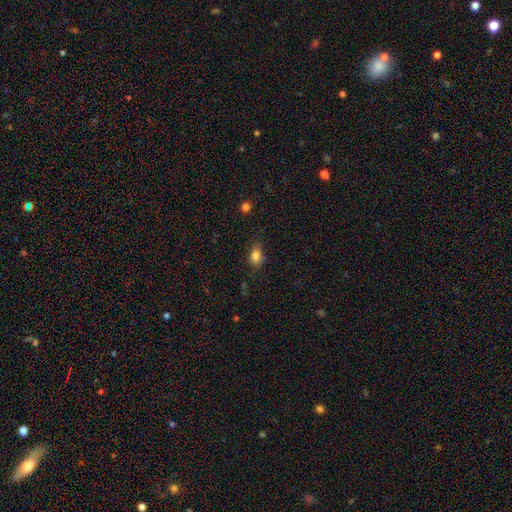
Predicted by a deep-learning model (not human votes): The model was most divided on "how rounded": in between: 73%, round: 25%, cigar-shaped: 2%. More confident: smooth or featured — smooth (83%); merging — none (75%).